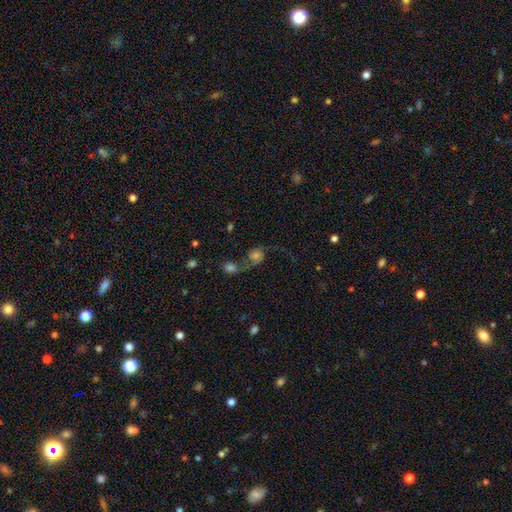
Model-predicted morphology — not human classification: Smooth or featured: featured or disk — 56% (smooth — 29%)
Edge-on disk: no — 97% (yes — 3%)
Bar: no — 75% (weak — 21%)
Spiral arms: yes — 85% (no — 15%)
Bulge size: moderate — 36% (small — 28%)
Merging: merger — 52% (none — 25%)